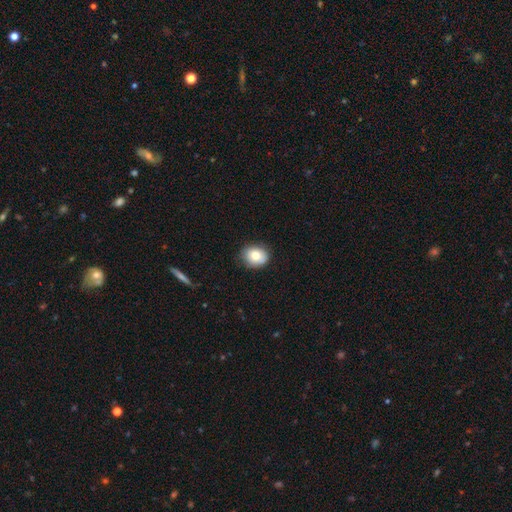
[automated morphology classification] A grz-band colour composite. It shows a smooth galaxy with no disk features (74%) that is round (62%). Merging: none (82%).